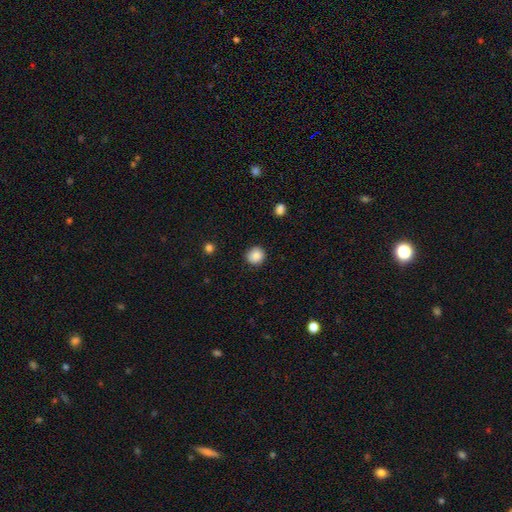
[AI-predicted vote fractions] smooth_or_featured: smooth (p=0.87) [alt: star or artifact p=0.09]
how_rounded: round (p=0.92) [alt: in between p=0.07]
merging: none (p=0.88) [alt: minor disturbance p=0.08]